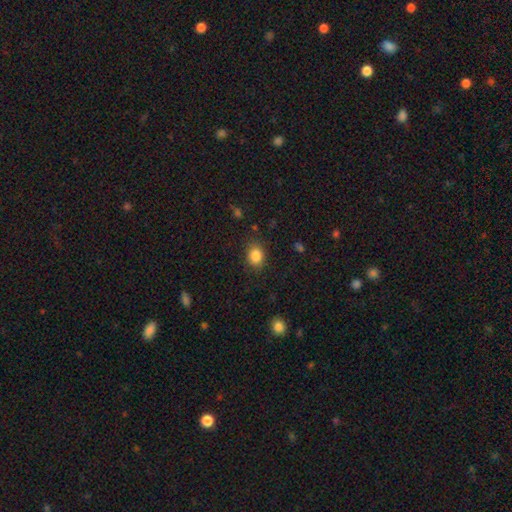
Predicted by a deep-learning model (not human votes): Smooth or featured: smooth — 85% (star or artifact — 10%)
How rounded: in between — 51% (round — 48%)
Merging: none — 83% (minor disturbance — 12%)